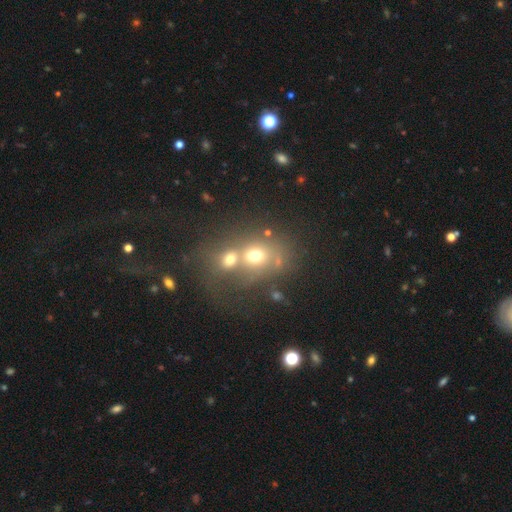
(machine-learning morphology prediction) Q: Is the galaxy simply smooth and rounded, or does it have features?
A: smooth — 59%.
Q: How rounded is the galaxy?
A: round — 57%.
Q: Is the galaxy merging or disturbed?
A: merger — 65%.